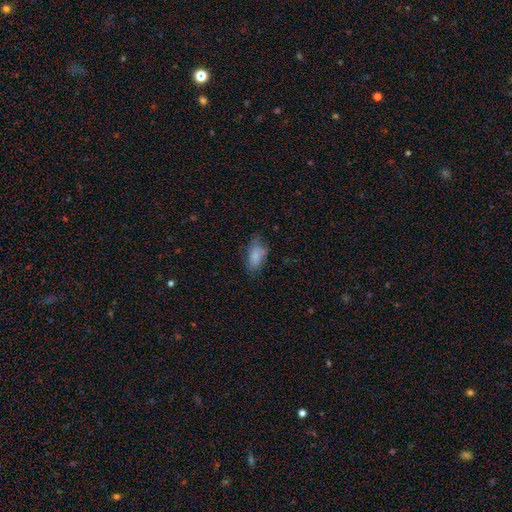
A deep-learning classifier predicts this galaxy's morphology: Smooth or featured?
  - smooth: 79% *
  - featured or disk: 12%
  - star or artifact: 8%
How rounded?
  - in between: 92% *
  - round: 4%
  - cigar-shaped: 4%
Merging?
  - none: 60% *
  - minor disturbance: 28%
  - major disturbance: 10%
  - merger: 2%